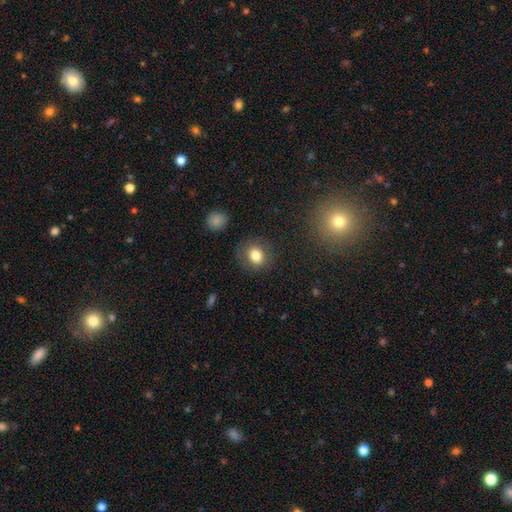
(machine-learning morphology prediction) smooth-or-featured: smooth: 80% | star or artifact: 10% | featured or disk: 10%
  how-rounded: round: 68% | in between: 31% | cigar-shaped: 1%
  merging: none: 83% | minor disturbance: 11% | major disturbance: 5% | merger: 2%